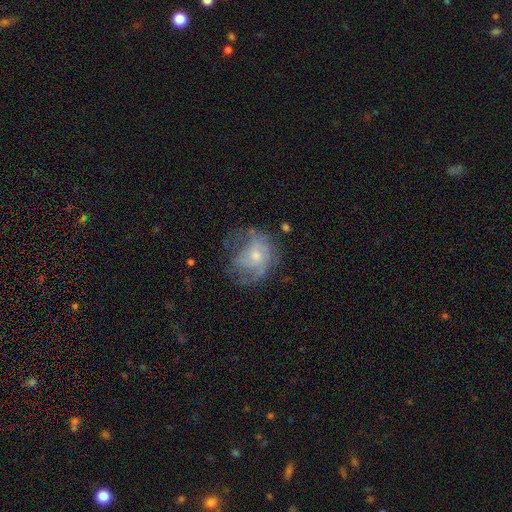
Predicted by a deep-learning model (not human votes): A featured or disk galaxy (59%) with no bar (78%), spiral arms (60%) and a small central bulge (51%). Merging: none (48%).